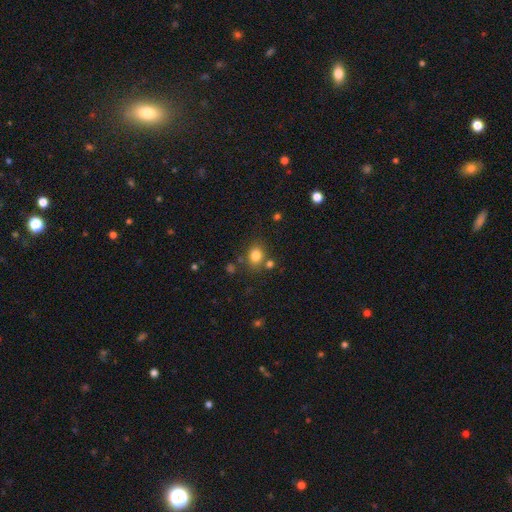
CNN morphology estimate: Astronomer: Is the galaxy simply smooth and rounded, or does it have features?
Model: smooth — 81%.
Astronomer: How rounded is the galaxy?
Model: round — 69%.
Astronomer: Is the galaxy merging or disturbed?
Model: none — 74%.